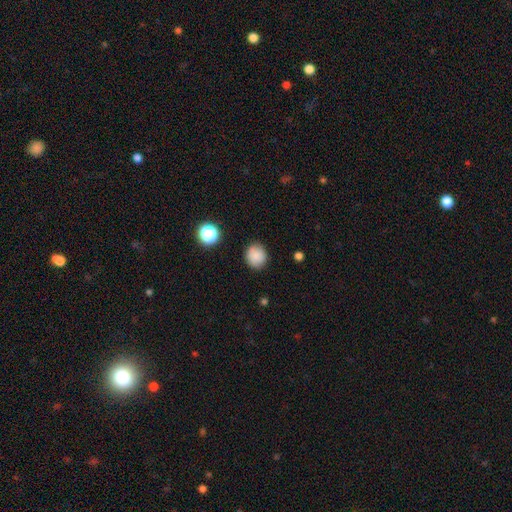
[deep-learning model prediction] Smooth or featured? Predicted: smooth (p=0.86). How rounded? Predicted: round (p=0.81). Merging? Predicted: none (p=0.86).